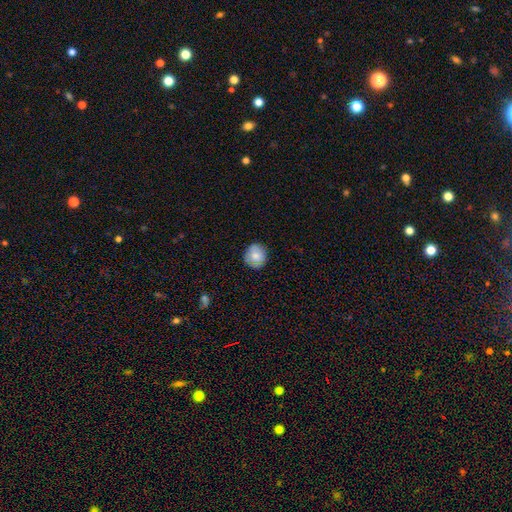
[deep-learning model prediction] A smooth galaxy with no disk features (76%) that is round (88%). Merging: none (81%).